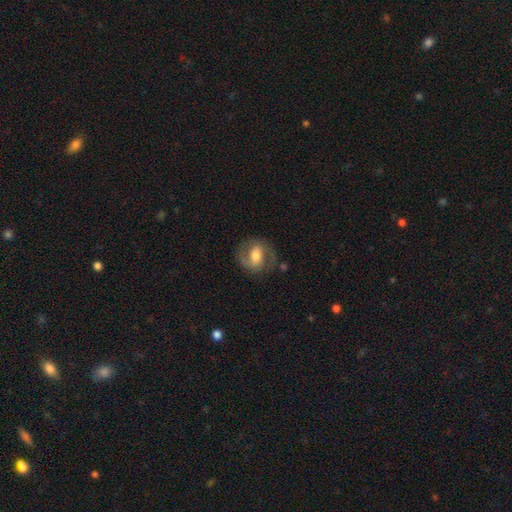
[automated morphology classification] Smooth or featured? featured or disk (60%)
Edge-on disk? no (96%)
Bar? weak (42%)
Spiral arms? yes (77%)
Bulge size? moderate (62%)
Merging? none (74%)